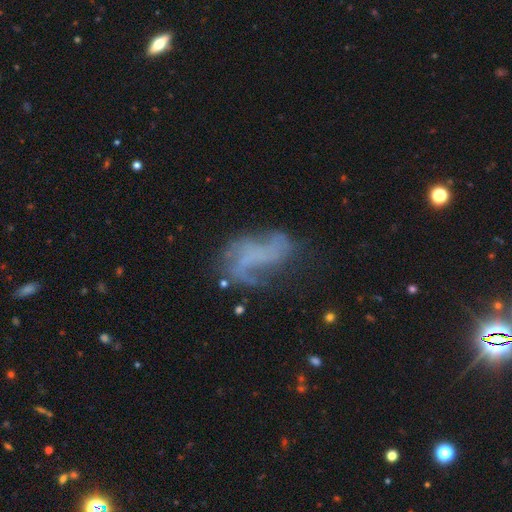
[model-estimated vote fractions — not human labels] smooth-or-featured: featured or disk: 66% | smooth: 20% | star or artifact: 13%
  disk-edge-on: no: 97% | yes: 3%
    bar: no: 67% | weak: 24% | strong: 8%
    has-spiral-arms: yes: 70% | no: 30%
    bulge-size: none: 77% | small: 14% | moderate: 5% | large: 2% | dominant: 1%
  merging: none: 44% | major disturbance: 29% | minor disturbance: 21% | merger: 5%